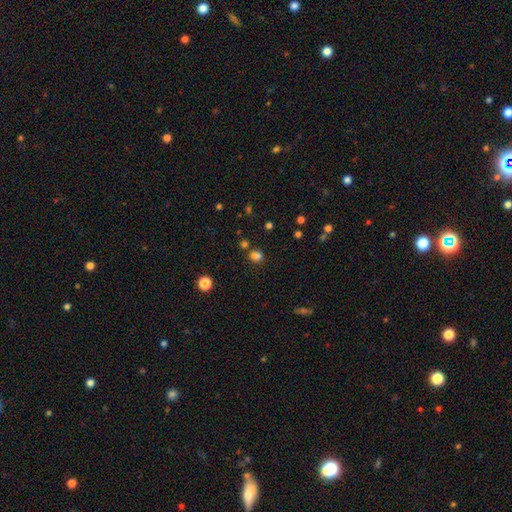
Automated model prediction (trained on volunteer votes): A smooth galaxy with no disk features (72%) that is round (55%).

Vote fractions:
- Smooth or featured? smooth: 72% / star or artifact: 22% / featured or disk: 6%
- How rounded? round: 55% / in between: 44% / cigar-shaped: 1%
- Merging? none: 62% / merger: 23% / minor disturbance: 11% / major disturbance: 4%